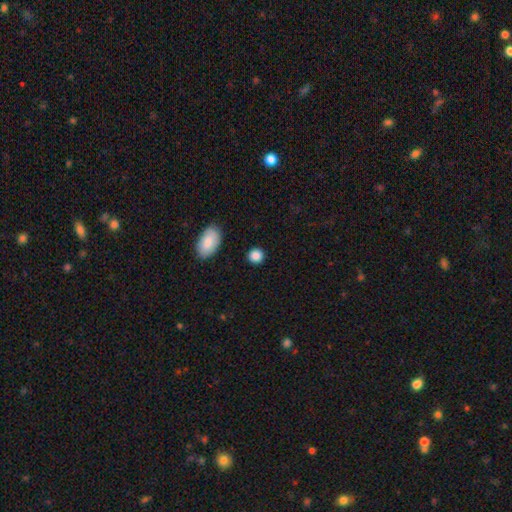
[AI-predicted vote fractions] smooth_or_featured: smooth (p=0.87) [alt: star or artifact p=0.09]
how_rounded: round (p=0.83) [alt: in between p=0.16]
merging: none (p=0.89) [alt: minor disturbance p=0.07]